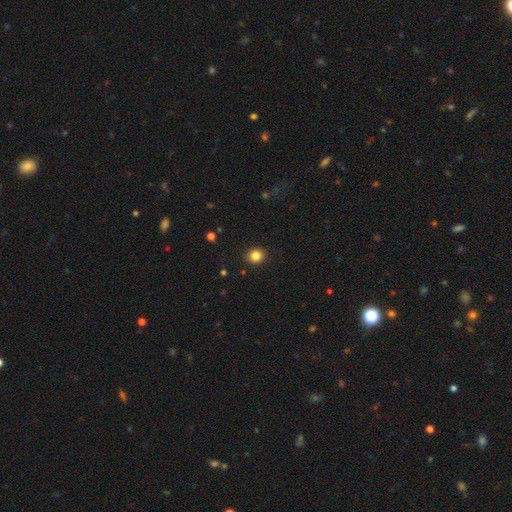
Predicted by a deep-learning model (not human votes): A smooth galaxy with no disk features (84%) that is round (81%). Merging: none (90%).